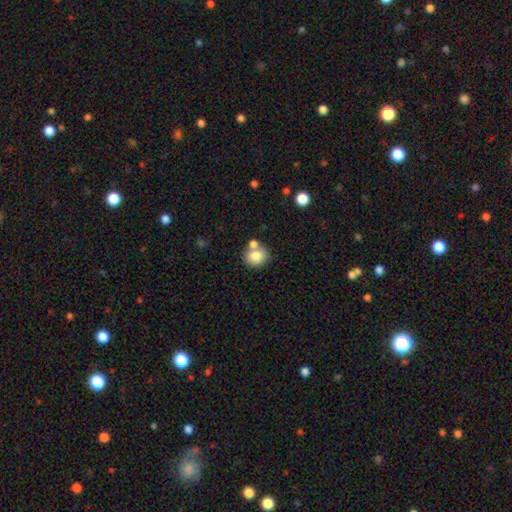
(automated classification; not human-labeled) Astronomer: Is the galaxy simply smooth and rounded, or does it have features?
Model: smooth — 80%.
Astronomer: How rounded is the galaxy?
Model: round — 79%.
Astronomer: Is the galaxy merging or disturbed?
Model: none — 59%.